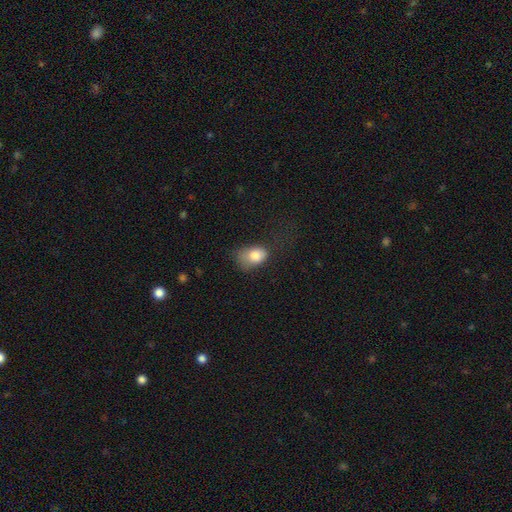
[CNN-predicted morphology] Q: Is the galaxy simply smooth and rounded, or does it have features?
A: smooth — 80%.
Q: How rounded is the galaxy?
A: in between — 76%.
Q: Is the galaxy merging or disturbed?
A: minor disturbance — 37%.